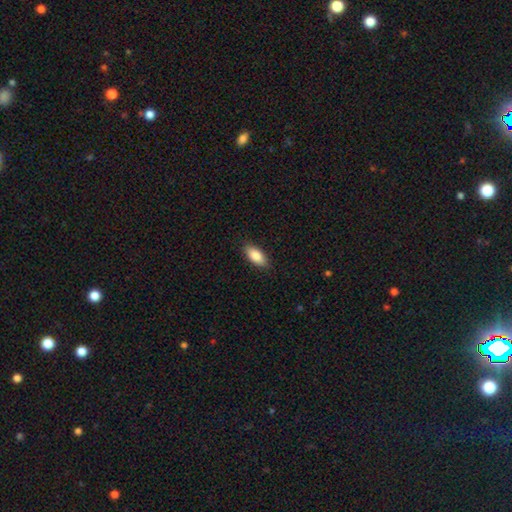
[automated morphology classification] This appears to be a smooth galaxy with no disk features (86%) that is in between round and cigar-shaped (88%). Merging: none (88%).